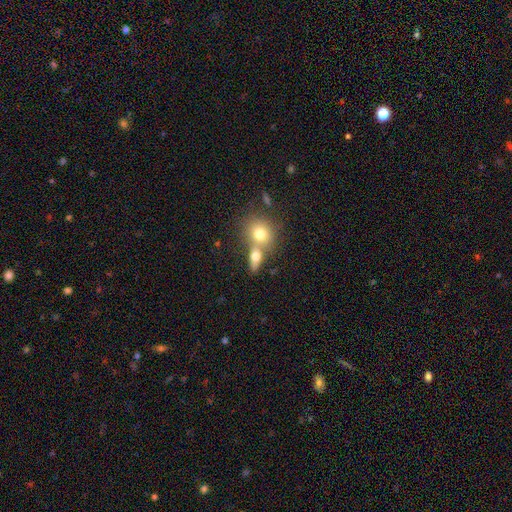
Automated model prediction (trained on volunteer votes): Morphology: type=smooth (67%); roundness=round (59%); merging=merger (50%).